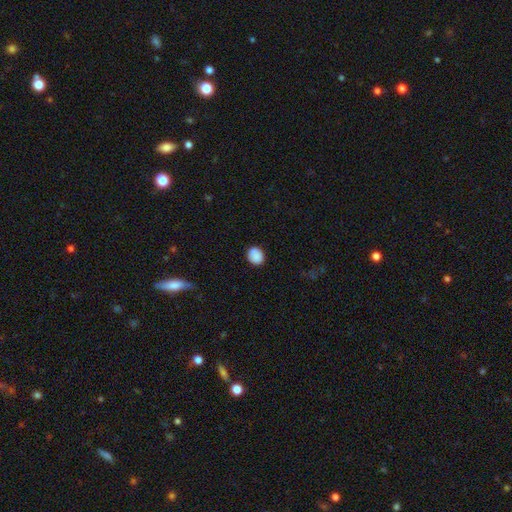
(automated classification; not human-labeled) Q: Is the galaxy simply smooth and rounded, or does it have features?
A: smooth — 88%.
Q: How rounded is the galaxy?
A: round — 65%.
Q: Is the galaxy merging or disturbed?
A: none — 86%.